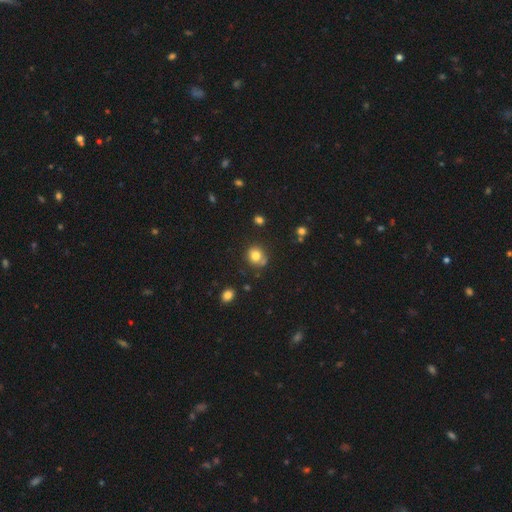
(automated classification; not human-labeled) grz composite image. It shows a smooth galaxy with no disk features (78%) that is round (80%). Merging: none (69%).